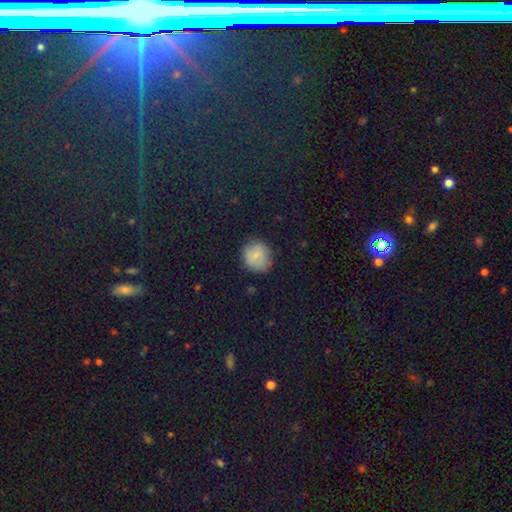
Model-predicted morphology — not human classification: Smooth or featured: smooth — 75% (star or artifact — 12%)
How rounded: round — 83% (in between — 16%)
Merging: none — 76% (minor disturbance — 17%)